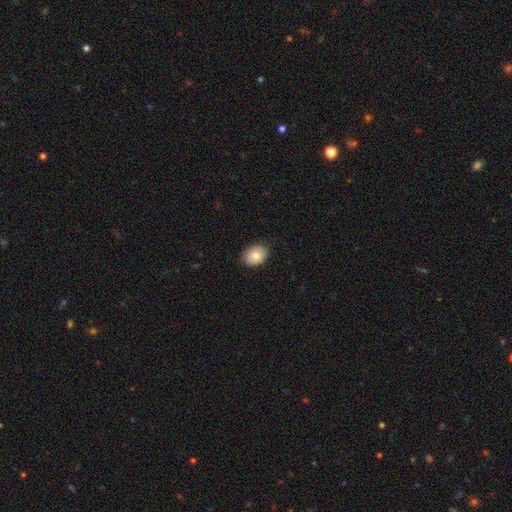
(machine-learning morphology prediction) type=smooth (80%); roundness=in between (69%); merging=none (84%).